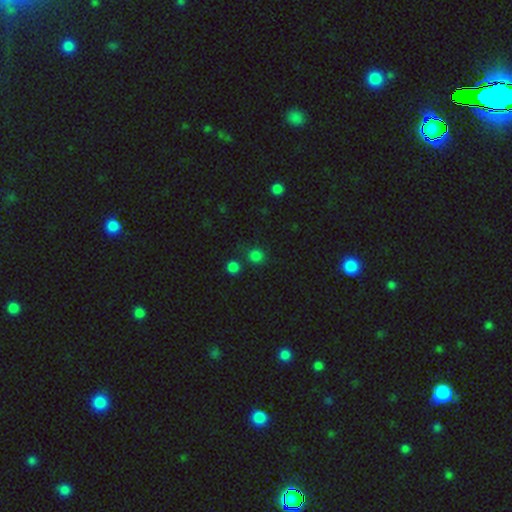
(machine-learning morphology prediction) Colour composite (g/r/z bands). It shows a smooth galaxy with no disk features (77%) that is round (90%). Merging: none (76%).